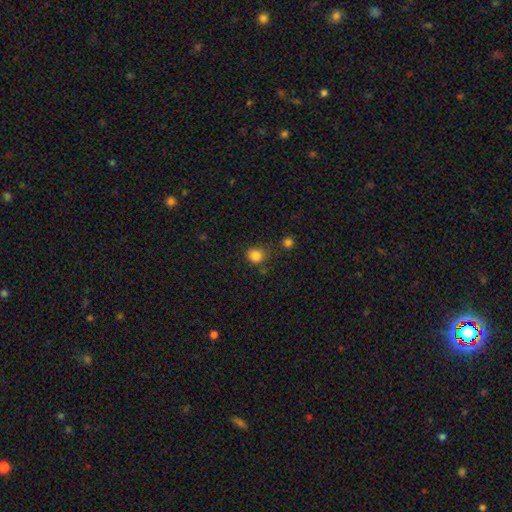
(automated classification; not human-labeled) This appears to be a smooth galaxy with no disk features (84%) that is round (82%). Merging: none (75%).